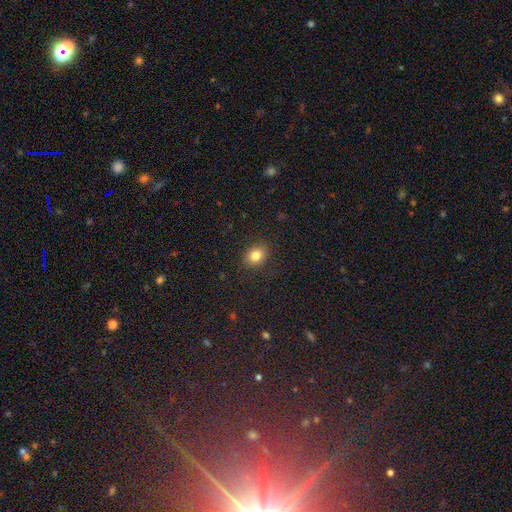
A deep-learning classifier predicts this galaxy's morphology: This appears to be a smooth galaxy with no disk features (82%) that is in between round and cigar-shaped (52%). Merging: none (87%).